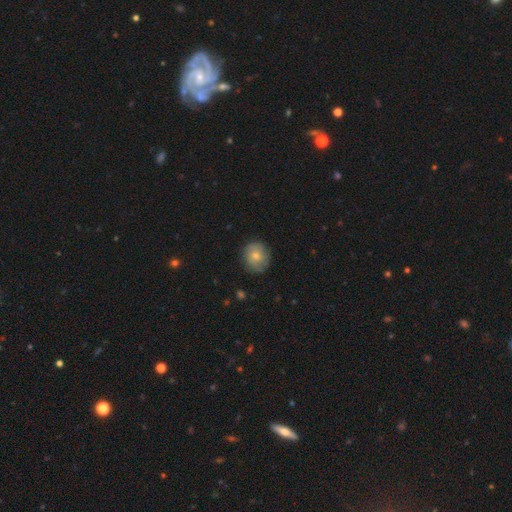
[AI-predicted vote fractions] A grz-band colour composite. It shows a smooth galaxy with no disk features (70%) that is round (82%). Merging: none (81%).